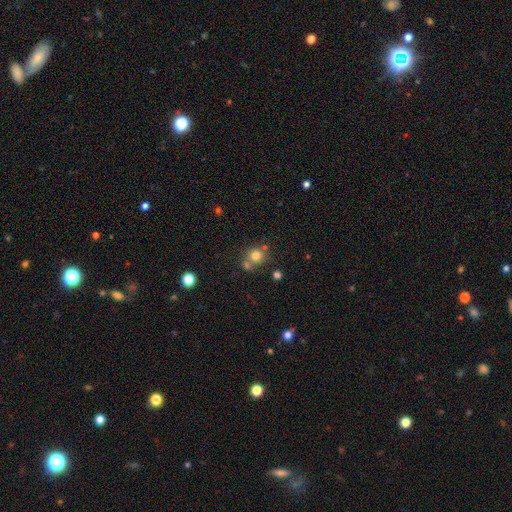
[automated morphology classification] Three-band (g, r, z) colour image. It shows a smooth galaxy with no disk features (76%) that is round (89%). Merging: none (61%).